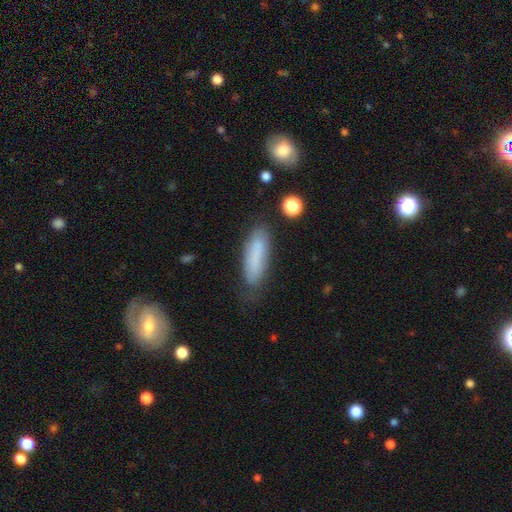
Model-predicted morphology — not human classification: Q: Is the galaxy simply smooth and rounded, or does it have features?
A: smooth — 79%.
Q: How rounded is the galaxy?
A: cigar-shaped — 61%.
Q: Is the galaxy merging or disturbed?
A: none — 72%.